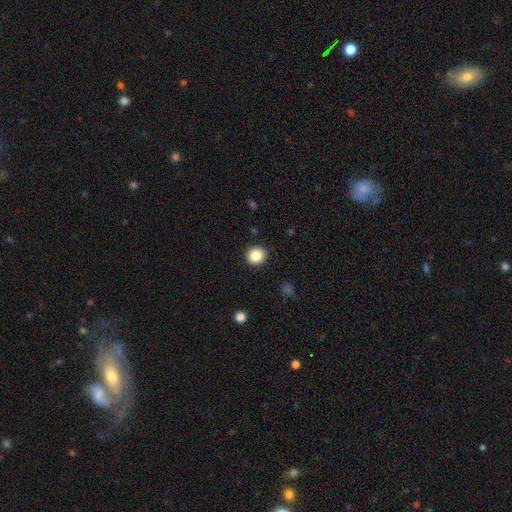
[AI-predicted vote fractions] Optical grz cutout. It shows a smooth galaxy with no disk features (84%) that is round (93%). Merging: none (92%).